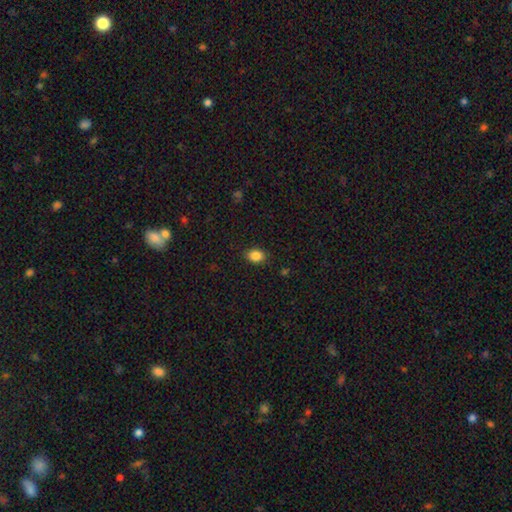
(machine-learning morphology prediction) smooth 86%, star or artifact 10%, featured or disk 4%. Down the decision tree: how rounded — in between (73%); merging — none (88%).